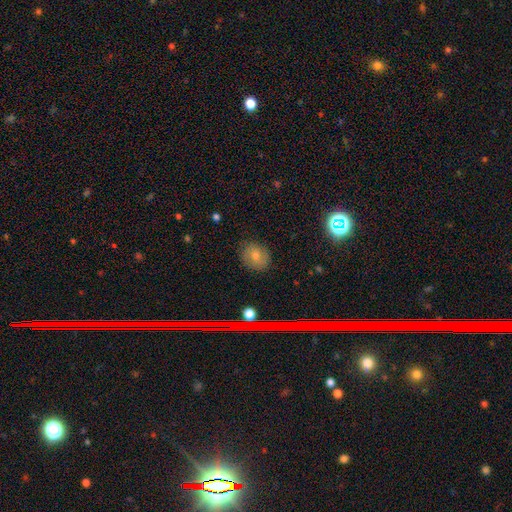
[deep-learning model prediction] Morphology: type=smooth (71%); roundness=round (66%); merging=none (84%).